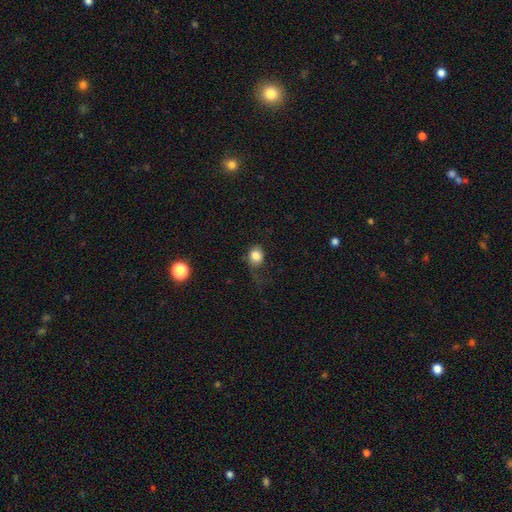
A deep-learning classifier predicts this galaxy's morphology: Overall: smooth (82%). How rounded: round (65%; in between 34%). Merging: none (47%; minor disturbance 27%).